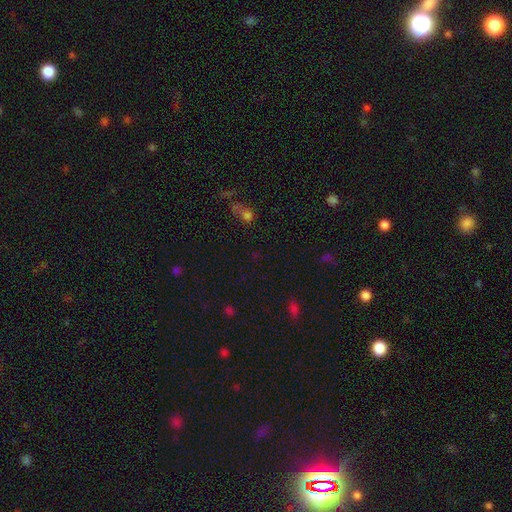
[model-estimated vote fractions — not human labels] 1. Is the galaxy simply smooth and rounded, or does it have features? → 54% star or artifact, 37% smooth, 9% featured or disk.